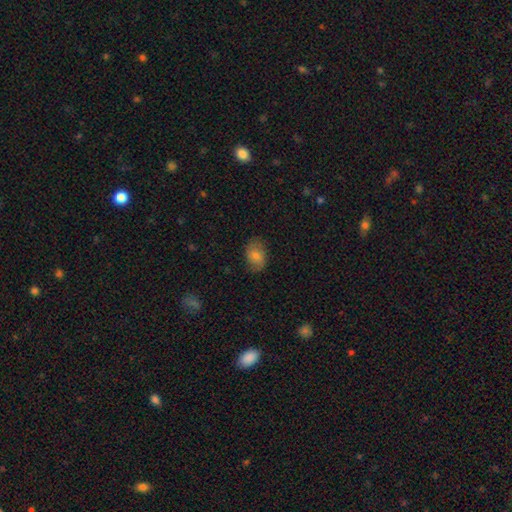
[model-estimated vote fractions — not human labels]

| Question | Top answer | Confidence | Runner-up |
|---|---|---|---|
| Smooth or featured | smooth | 73% | featured or disk (17%) |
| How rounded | in between | 81% | round (18%) |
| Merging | none | 78% | minor disturbance (17%) |